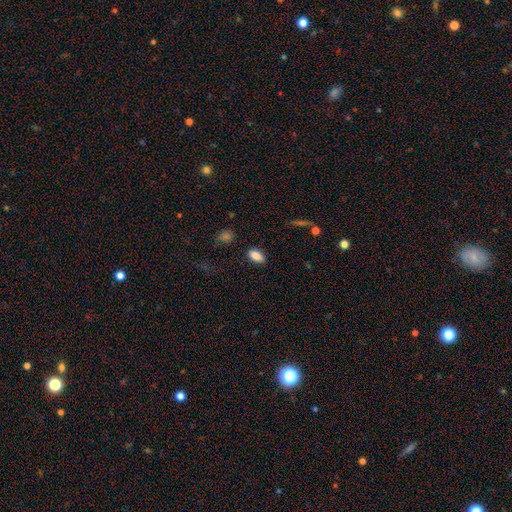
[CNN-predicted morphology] Smooth or featured? Predicted: smooth (p=0.86). How rounded? Predicted: in between (p=0.90). Merging? Predicted: none (p=0.86).